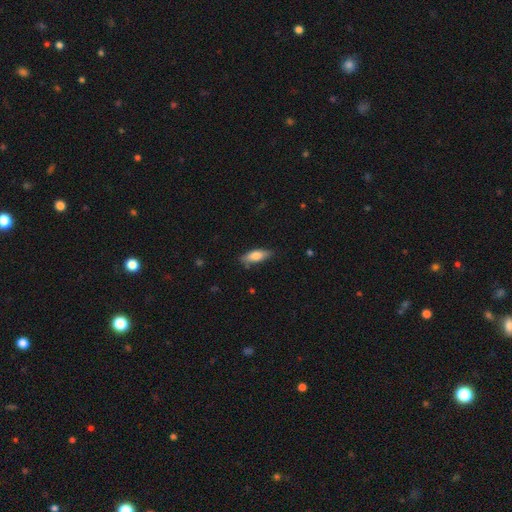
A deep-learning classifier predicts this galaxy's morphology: A smooth galaxy with no disk features (76%) that is in between round and cigar-shaped (67%).

Vote fractions:
- Smooth or featured? smooth: 76% / featured or disk: 18% / star or artifact: 6%
- How rounded? in between: 67% / cigar-shaped: 31% / round: 2%
- Merging? none: 79% / minor disturbance: 16% / major disturbance: 3% / merger: 2%